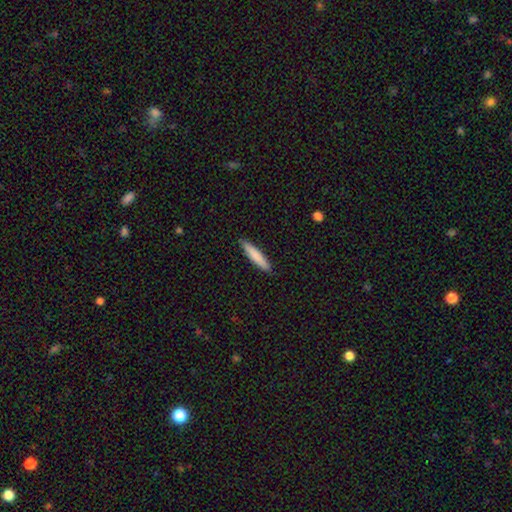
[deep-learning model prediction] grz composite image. It shows a smooth galaxy with no disk features (79%) that is cigar-shaped (89%). Merging: none (89%).